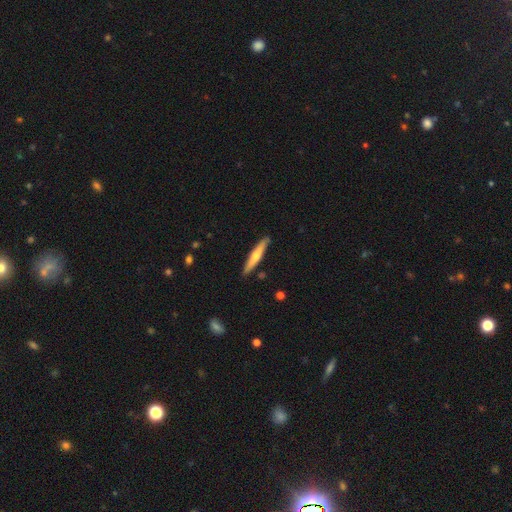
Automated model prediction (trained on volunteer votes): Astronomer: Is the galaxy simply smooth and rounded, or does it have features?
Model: smooth — 50% (runner-up: featured or disk, 44%).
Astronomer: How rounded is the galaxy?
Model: cigar-shaped — 92%.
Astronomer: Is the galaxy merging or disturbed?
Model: none — 89%.